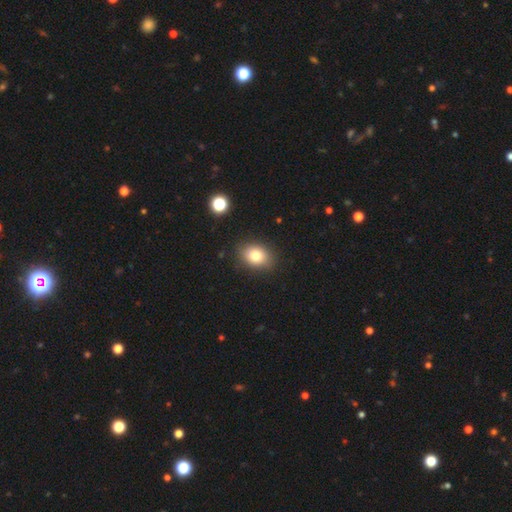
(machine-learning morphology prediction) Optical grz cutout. It shows a smooth galaxy with no disk features (80%) that is in between round and cigar-shaped (66%). Merging: none (86%).